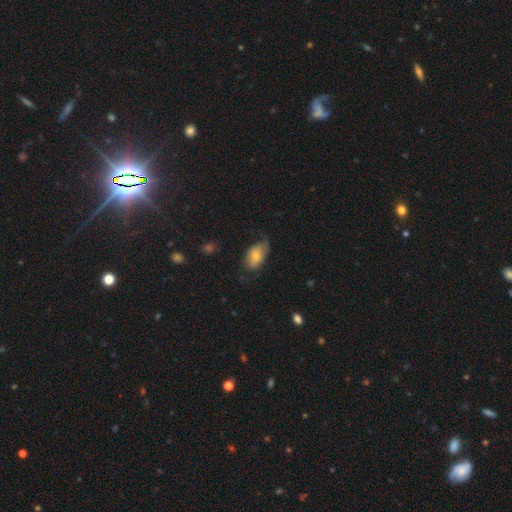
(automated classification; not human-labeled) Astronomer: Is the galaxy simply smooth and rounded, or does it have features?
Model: smooth — 66%.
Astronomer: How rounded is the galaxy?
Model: in between — 91%.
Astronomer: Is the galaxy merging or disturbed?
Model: none — 43% (runner-up: minor disturbance, 35%).